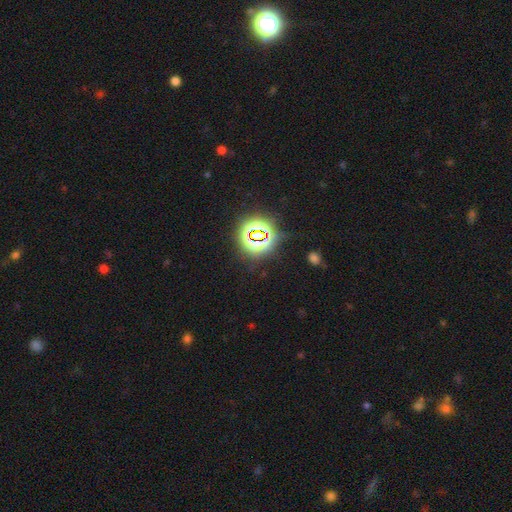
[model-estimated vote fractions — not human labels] Smooth or featured: star or artifact — 79% (smooth — 14%)